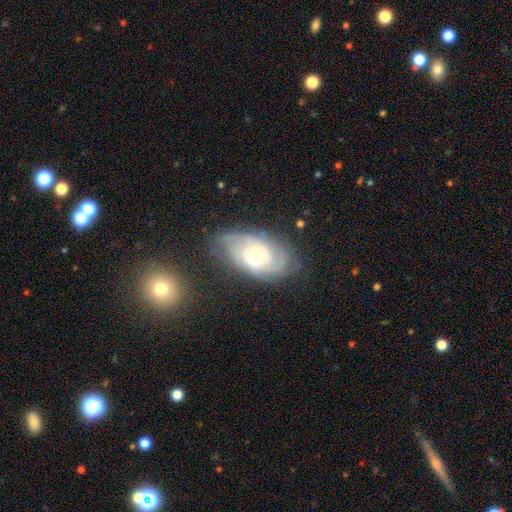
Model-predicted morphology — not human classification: Smooth or featured?
  - featured or disk: 77% *
  - smooth: 17%
  - star or artifact: 7%
Edge-on disk?
  - no: 94% *
  - yes: 6%
Bar?
  - no: 59% *
  - weak: 35%
  - strong: 7%
Spiral arms?
  - yes: 90% *
  - no: 10%
Spiral winding?
  - tight: 63% *
  - medium: 30%
  - loose: 7%
Spiral arm count?
  - can't tell: 42% *
  - 2: 32%
  - 3: 14%
  - 4: 5%
  - 1: 4%
  - more than 4: 3%
Bulge size?
  - moderate: 53% *
  - small: 38%
  - large: 6%
  - none: 1%
  - dominant: 1%
Merging?
  - none: 67% *
  - minor disturbance: 22%
  - major disturbance: 8%
  - merger: 3%